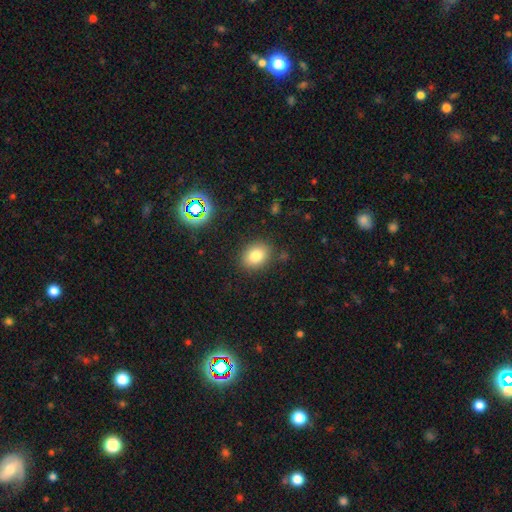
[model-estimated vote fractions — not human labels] Smooth or featured? smooth (79%)
How rounded? in between (57%)
Merging? none (85%)